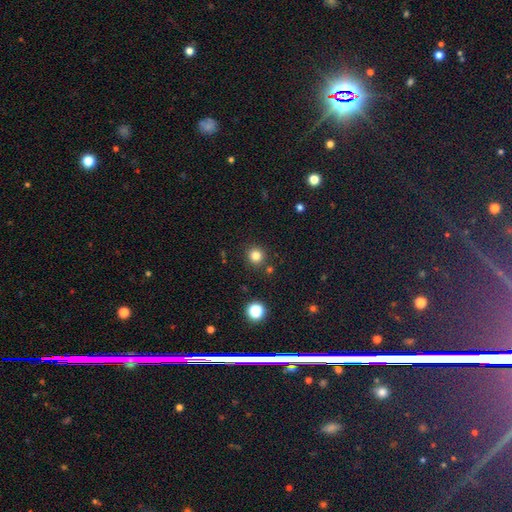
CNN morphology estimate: Smooth or featured: smooth — 81% (star or artifact — 14%)
How rounded: round — 92% (in between — 7%)
Merging: none — 87% (minor disturbance — 6%)